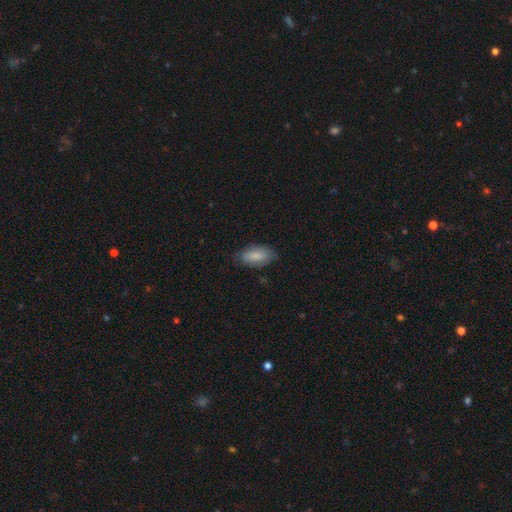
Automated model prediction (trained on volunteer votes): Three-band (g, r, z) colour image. It shows a smooth galaxy with no disk features (84%) that is in between round and cigar-shaped (88%). Merging: none (77%).